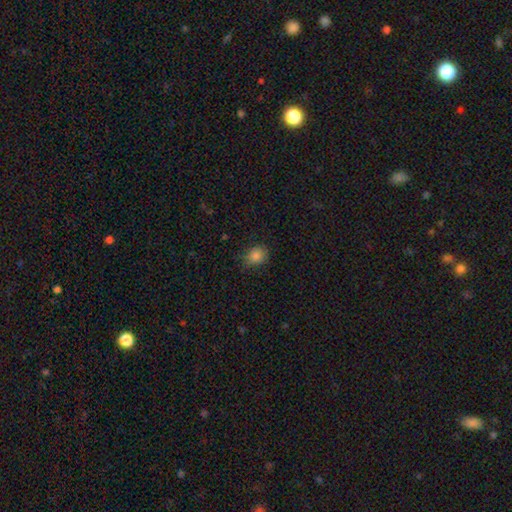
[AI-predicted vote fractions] A smooth galaxy with no disk features (83%) that is round (69%). Merging: none (73%).